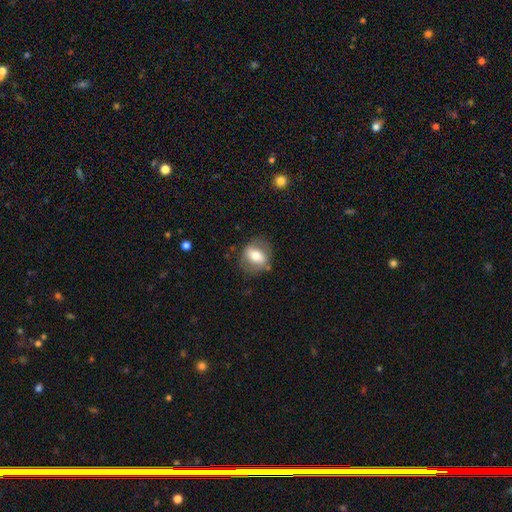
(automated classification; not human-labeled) This is possibly a smooth galaxy (58%). How rounded: possibly in between (53%). Merging: likely none (74%).